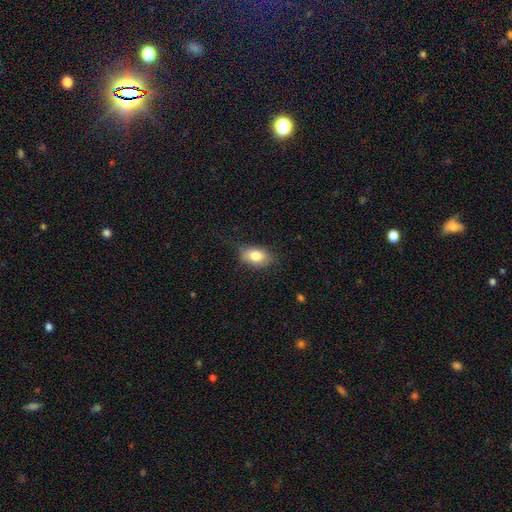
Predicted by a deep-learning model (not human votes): Smooth or featured? Predicted: smooth (p=0.80). How rounded? Predicted: in between (p=0.84). Merging? Predicted: none (p=0.73).